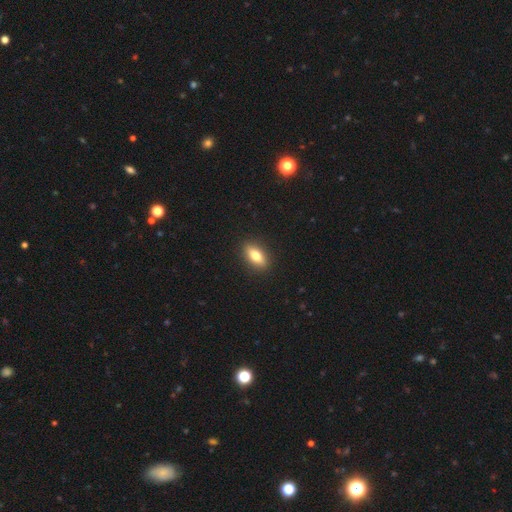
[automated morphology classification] A smooth galaxy with no disk features (76%) that is in between round and cigar-shaped (82%).

Vote fractions:
- Smooth or featured? smooth: 76% / featured or disk: 17% / star or artifact: 7%
- How rounded? in between: 82% / cigar-shaped: 13% / round: 6%
- Merging? none: 90% / minor disturbance: 7% / major disturbance: 2% / merger: 1%